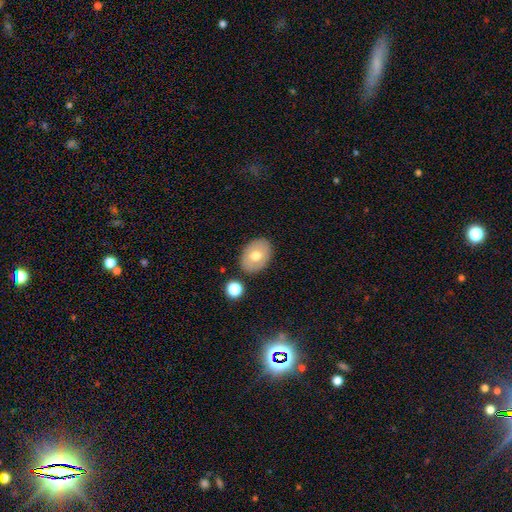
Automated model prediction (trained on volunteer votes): Smooth or featured?
  - smooth: 68% *
  - featured or disk: 24%
  - star or artifact: 8%
How rounded?
  - in between: 76% *
  - round: 23%
  - cigar-shaped: 1%
Merging?
  - none: 84% *
  - minor disturbance: 10%
  - merger: 4%
  - major disturbance: 3%